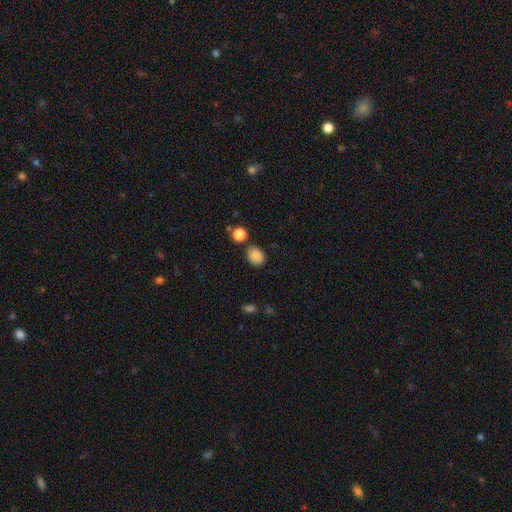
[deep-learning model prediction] smooth_or_featured: smooth (p=0.85) [alt: star or artifact p=0.10]
how_rounded: round (p=0.52) [alt: in between p=0.47]
merging: none (p=0.82) [alt: minor disturbance p=0.11]